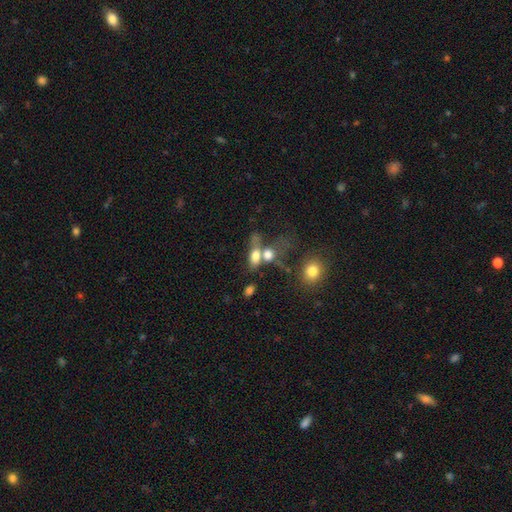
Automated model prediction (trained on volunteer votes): Smooth or featured?
  - smooth: 69% *
  - featured or disk: 19%
  - star or artifact: 12%
How rounded?
  - in between: 70% *
  - round: 20%
  - cigar-shaped: 10%
Merging?
  - merger: 50% *
  - none: 28%
  - minor disturbance: 11%
  - major disturbance: 11%